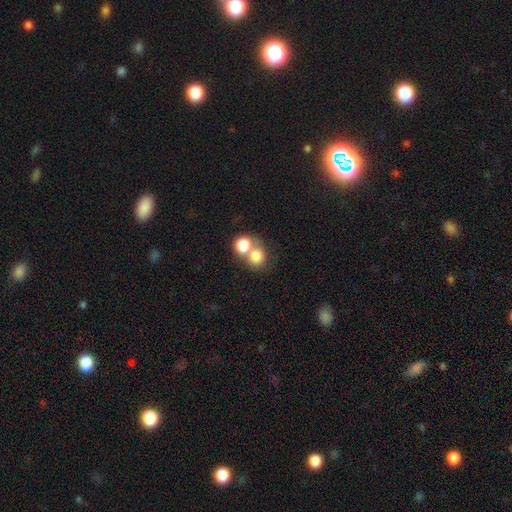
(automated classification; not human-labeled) Overall: smooth (77%). How rounded: round (76%). Merging: merger (59%; none 32%).